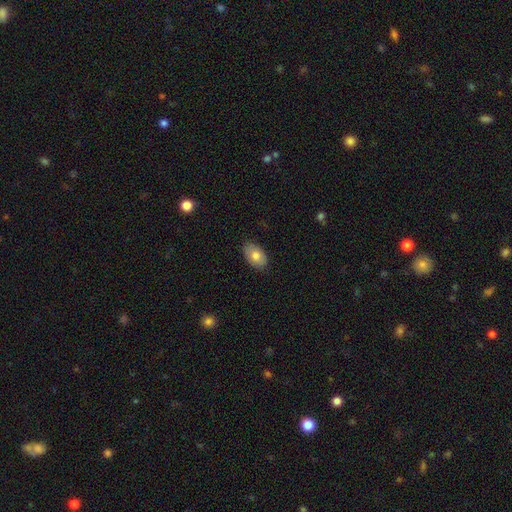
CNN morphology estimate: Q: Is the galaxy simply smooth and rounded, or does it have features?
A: smooth — 79%.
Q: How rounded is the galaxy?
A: in between — 92%.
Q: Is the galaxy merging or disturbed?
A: none — 85%.